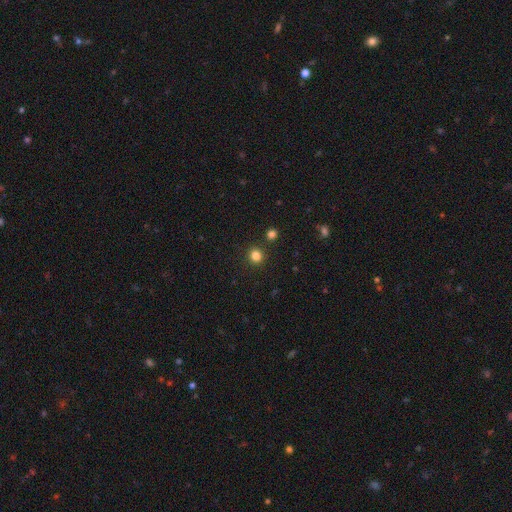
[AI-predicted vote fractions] Smooth or featured? smooth (82%)
How rounded? round (88%)
Merging? none (89%)